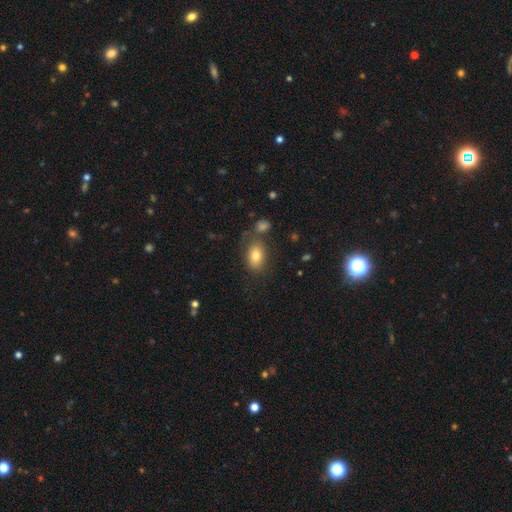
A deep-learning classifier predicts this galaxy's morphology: The model was most divided on "merging": none: 70%, minor disturbance: 14%, merger: 10%, major disturbance: 5%. More confident: how rounded — in between (87%); smooth or featured — smooth (79%).